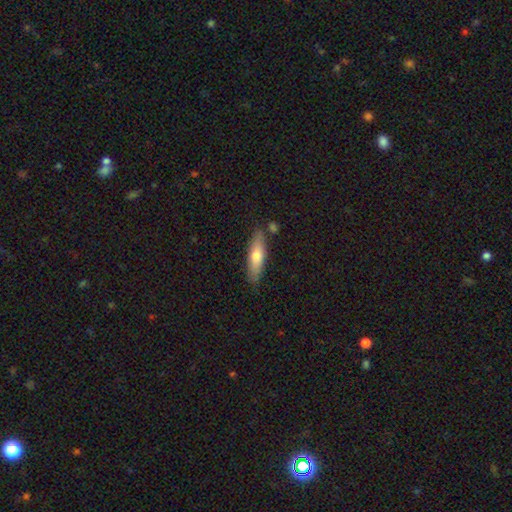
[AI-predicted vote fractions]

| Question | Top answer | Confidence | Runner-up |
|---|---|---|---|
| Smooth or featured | smooth | 63% | featured or disk (31%) |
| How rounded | cigar-shaped | 67% | in between (31%) |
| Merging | none | 80% | minor disturbance (13%) |